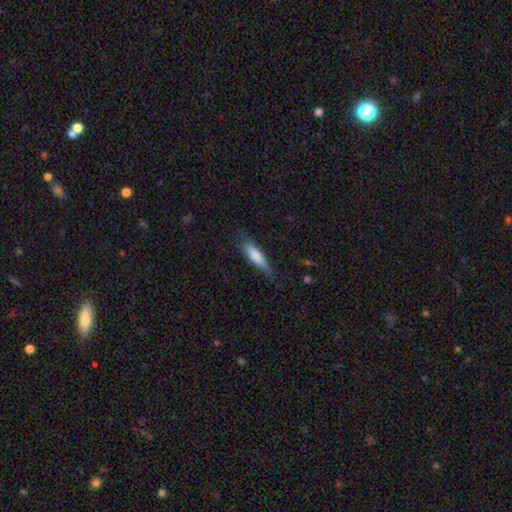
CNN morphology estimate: Smooth or featured? Predicted: smooth (p=0.78). How rounded? Predicted: cigar-shaped (p=0.68). Merging? Predicted: none (p=0.76).